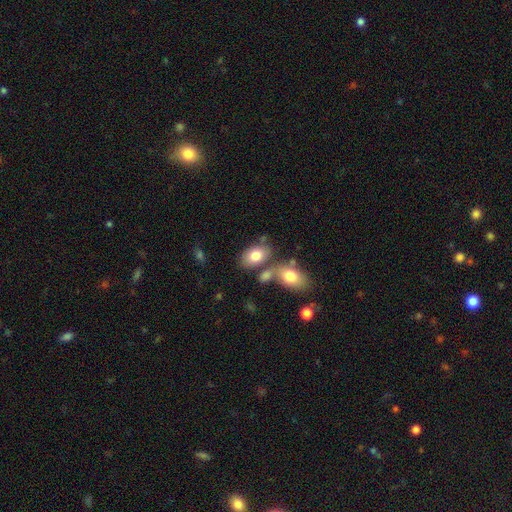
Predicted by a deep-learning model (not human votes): Smooth or featured? Predicted: smooth (p=0.79). How rounded? Predicted: in between (p=0.90). Merging? Predicted: none (p=0.54).